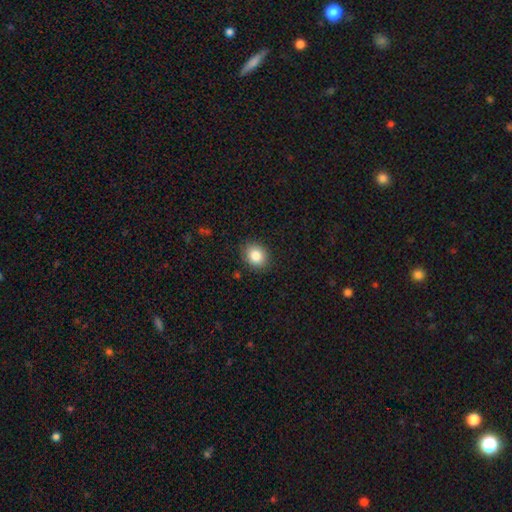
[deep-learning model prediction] This is clearly a smooth galaxy (84%). How rounded: possibly round (57%). Merging: clearly none (86%).